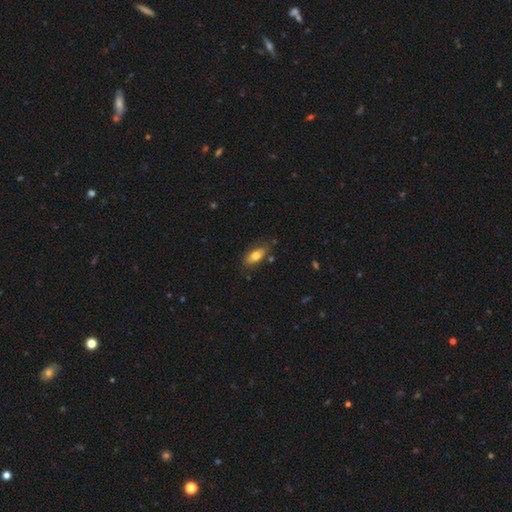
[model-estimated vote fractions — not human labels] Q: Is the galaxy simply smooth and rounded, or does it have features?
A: smooth — 73%.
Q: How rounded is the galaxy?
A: in between — 85%.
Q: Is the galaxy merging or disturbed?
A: none — 76%.